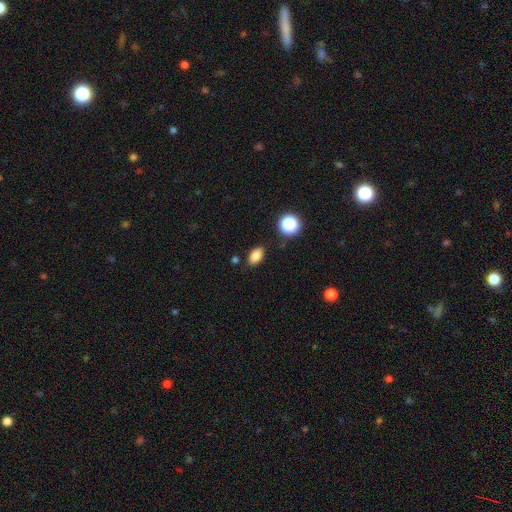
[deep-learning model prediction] This is clearly a smooth galaxy (83%). How rounded: clearly in between (85%). Merging: clearly none (85%).